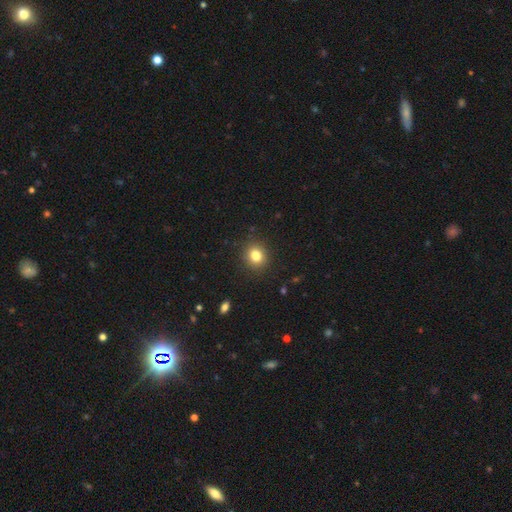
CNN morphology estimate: Q: Smooth or featured?
A: smooth (82%); runner-up: star or artifact (11%)
Q: How rounded?
A: round (77%); runner-up: in between (22%)
Q: Merging?
A: none (89%); runner-up: minor disturbance (7%)